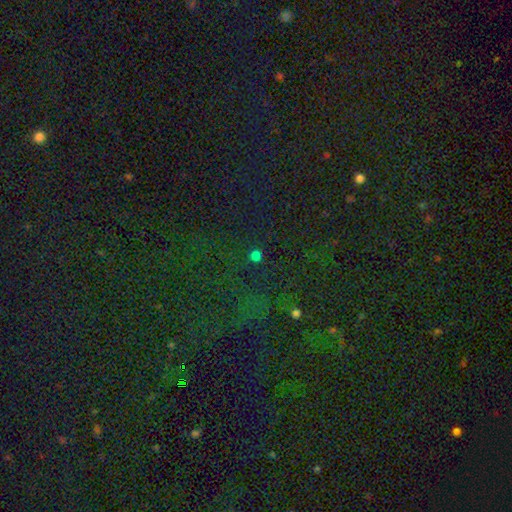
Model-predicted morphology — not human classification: Q: Smooth or featured?
A: star or artifact (55%); runner-up: smooth (39%)